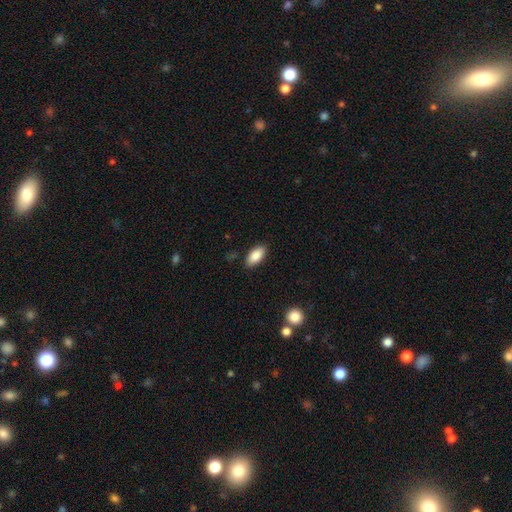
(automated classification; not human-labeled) A smooth galaxy with no disk features (86%) that is in between round and cigar-shaped (91%). Merging: none (87%).